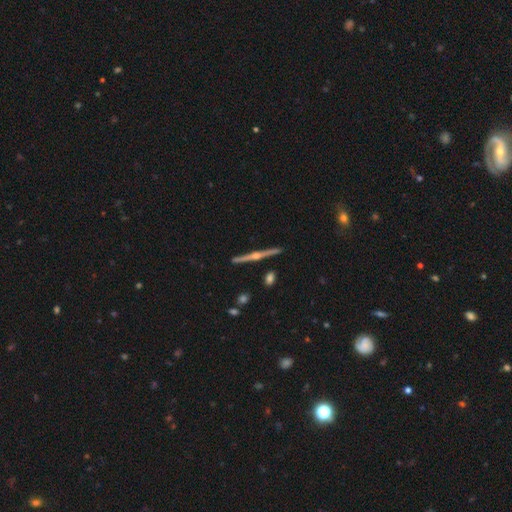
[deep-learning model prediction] Smooth or featured: featured or disk — 85% (smooth — 10%)
Edge-on disk: yes — 99% (no — 1%)
Edge-on bulge: rounded — 93% (none — 4%)
Merging: none — 91% (minor disturbance — 6%)